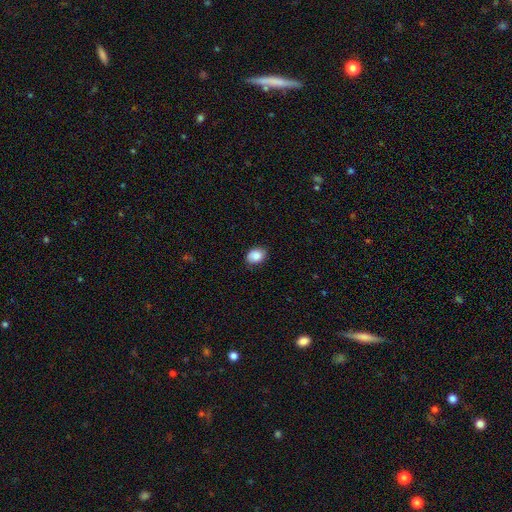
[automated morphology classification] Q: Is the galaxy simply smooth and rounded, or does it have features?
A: smooth — 87%.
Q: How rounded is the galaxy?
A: in between — 64%.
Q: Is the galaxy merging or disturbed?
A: none — 84%.